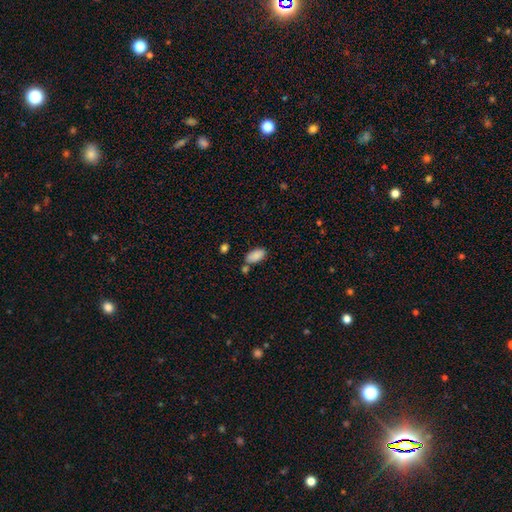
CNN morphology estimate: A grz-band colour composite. It shows a smooth galaxy with no disk features (88%) that is in between round and cigar-shaped (94%). Merging: none (64%).